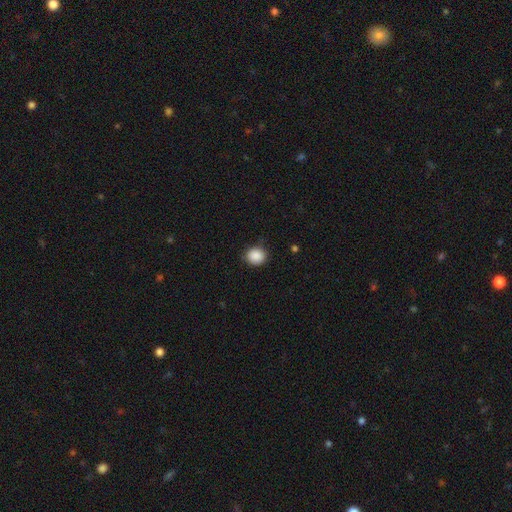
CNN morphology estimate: The model was most divided on "how rounded": round: 75%, in between: 24%, cigar-shaped: 1%. More confident: smooth or featured — smooth (88%); merging — none (83%).